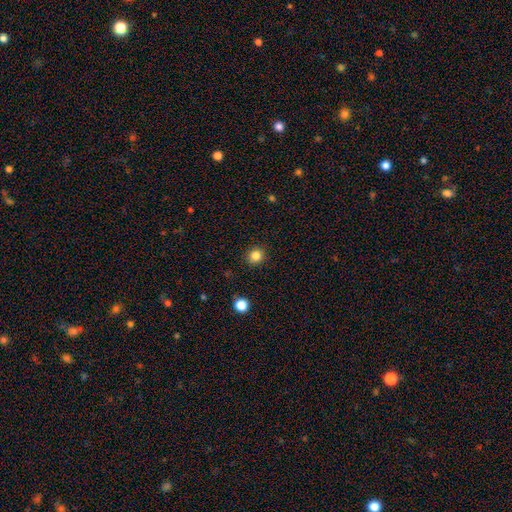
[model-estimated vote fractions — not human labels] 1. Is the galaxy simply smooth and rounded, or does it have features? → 84% smooth, 12% star or artifact, 4% featured or disk.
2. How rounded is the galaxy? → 84% round, 15% in between, 1% cigar-shaped.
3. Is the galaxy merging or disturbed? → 90% none, 7% minor disturbance, 2% major disturbance, 1% merger.